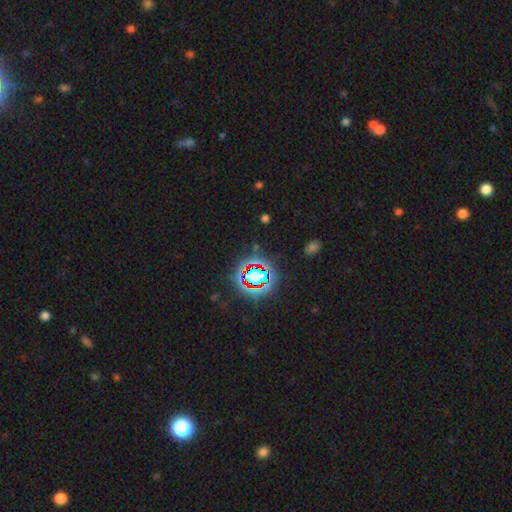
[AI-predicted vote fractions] Morphology: type=star or artifact (78%).